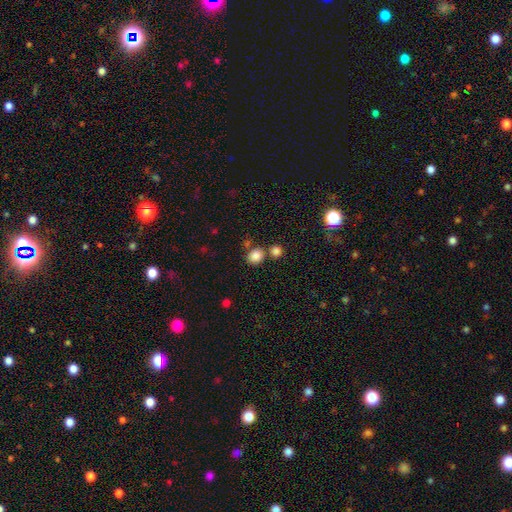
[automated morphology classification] Smooth or featured? Predicted: smooth (p=0.85). How rounded? Predicted: round (p=0.76). Merging? Predicted: none (p=0.68).